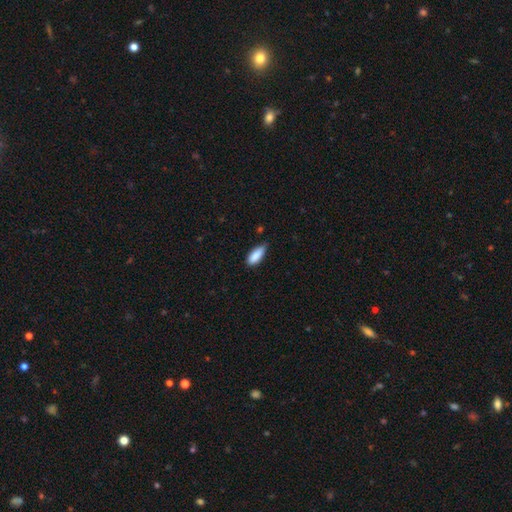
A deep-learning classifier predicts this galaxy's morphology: Q: Smooth or featured?
A: smooth (88%); runner-up: star or artifact (6%)
Q: How rounded?
A: in between (74%); runner-up: cigar-shaped (25%)
Q: Merging?
A: none (62%); runner-up: minor disturbance (32%)